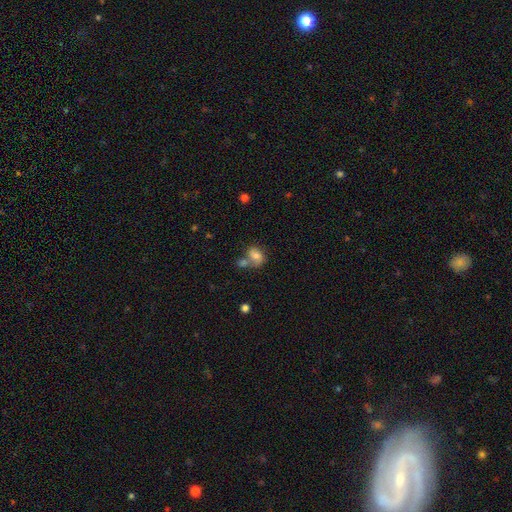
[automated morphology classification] Smooth or featured? Predicted: smooth (p=0.70). How rounded? Predicted: in between (p=0.54). Merging? Predicted: merger (p=0.41).